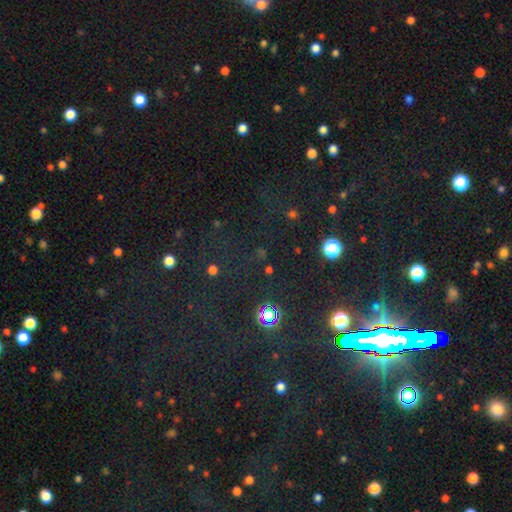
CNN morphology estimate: This is likely a star or artifact rather than a galaxy (76%).